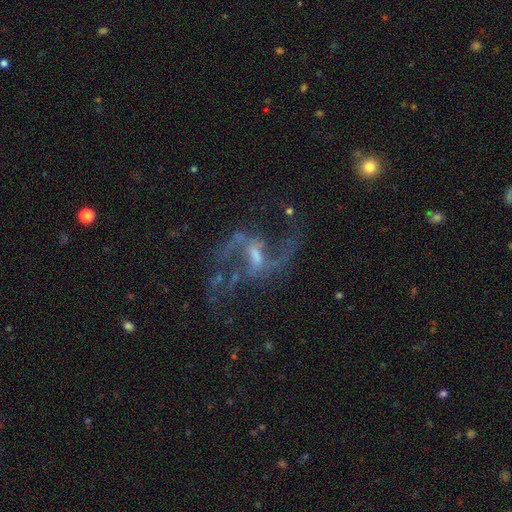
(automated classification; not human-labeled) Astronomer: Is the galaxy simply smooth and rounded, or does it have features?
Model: featured or disk — 88%.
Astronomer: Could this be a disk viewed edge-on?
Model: no — 97%.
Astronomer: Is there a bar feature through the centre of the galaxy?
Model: weak — 56%.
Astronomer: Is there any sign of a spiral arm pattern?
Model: yes — 95%.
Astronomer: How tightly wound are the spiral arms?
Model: loose — 69%.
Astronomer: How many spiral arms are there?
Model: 2 — 90%.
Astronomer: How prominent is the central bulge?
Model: moderate — 42% (runner-up: small, 40%).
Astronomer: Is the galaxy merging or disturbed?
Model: none — 61%.